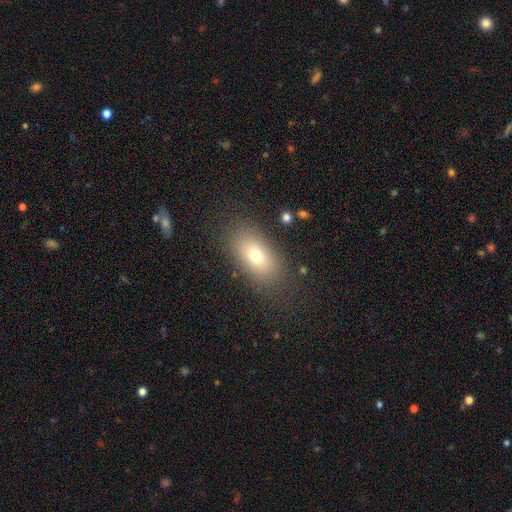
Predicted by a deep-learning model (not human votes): The model was most divided on "smooth or featured": smooth: 71%, featured or disk: 17%, star or artifact: 12%. More confident: how rounded — in between (86%); merging — none (82%).